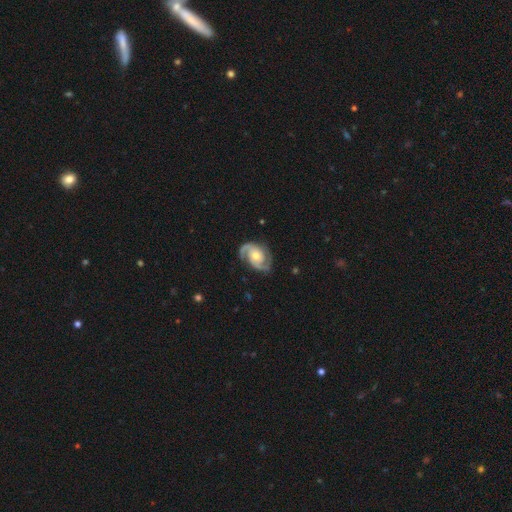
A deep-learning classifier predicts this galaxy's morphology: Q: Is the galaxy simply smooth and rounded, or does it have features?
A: featured or disk — 91%.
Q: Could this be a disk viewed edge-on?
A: no — 98%.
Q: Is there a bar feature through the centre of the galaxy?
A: no — 65%.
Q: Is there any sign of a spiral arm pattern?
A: yes — 98%.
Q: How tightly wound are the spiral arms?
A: medium — 52%.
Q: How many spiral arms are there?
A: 2 — 92%.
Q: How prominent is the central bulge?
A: moderate — 63%.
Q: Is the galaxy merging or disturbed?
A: none — 79%.